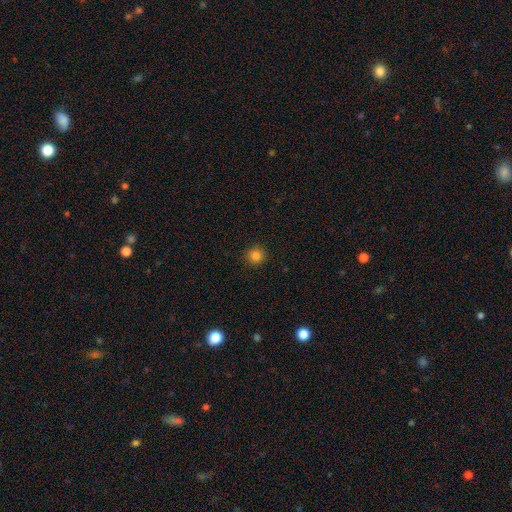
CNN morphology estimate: Smooth or featured?
  - smooth: 83% *
  - star or artifact: 13%
  - featured or disk: 4%
How rounded?
  - round: 94% *
  - in between: 5%
  - cigar-shaped: 1%
Merging?
  - none: 92% *
  - minor disturbance: 5%
  - major disturbance: 2%
  - merger: 1%